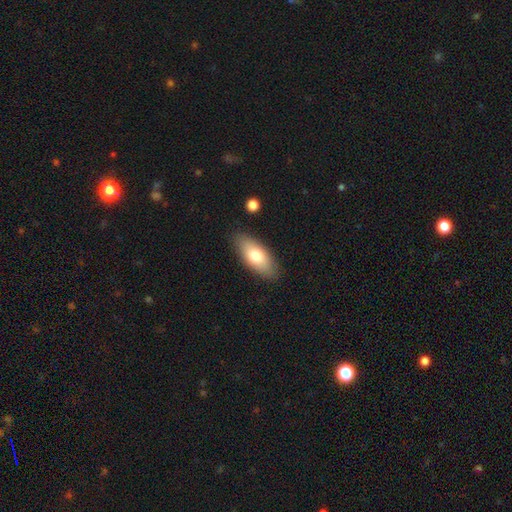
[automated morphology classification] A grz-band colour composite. It shows a smooth galaxy with no disk features (75%) that is in between round and cigar-shaped (84%). Merging: none (85%).